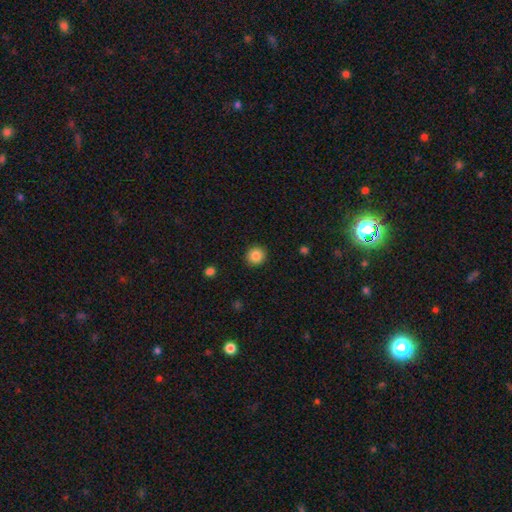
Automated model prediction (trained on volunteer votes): A smooth galaxy with no disk features (85%) that is round (91%).

Vote fractions:
- Smooth or featured? smooth: 85% / star or artifact: 10% / featured or disk: 5%
- How rounded? round: 91% / in between: 8% / cigar-shaped: 1%
- Merging? none: 92% / minor disturbance: 6% / major disturbance: 2% / merger: 1%